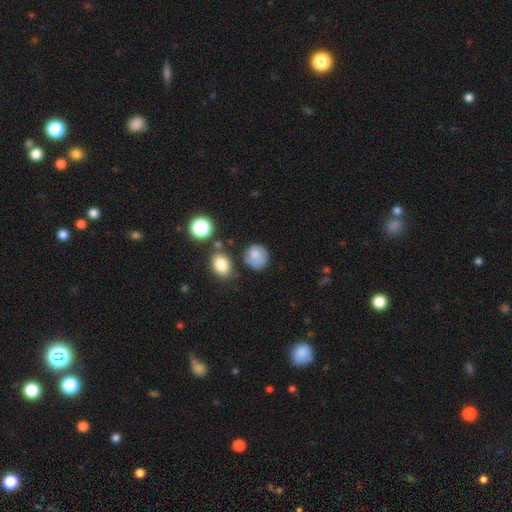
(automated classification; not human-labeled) smooth_or_featured: smooth (p=0.74) [alt: featured or disk p=0.16]
how_rounded: round (p=0.77) [alt: in between p=0.21]
merging: none (p=0.64) [alt: minor disturbance p=0.23]